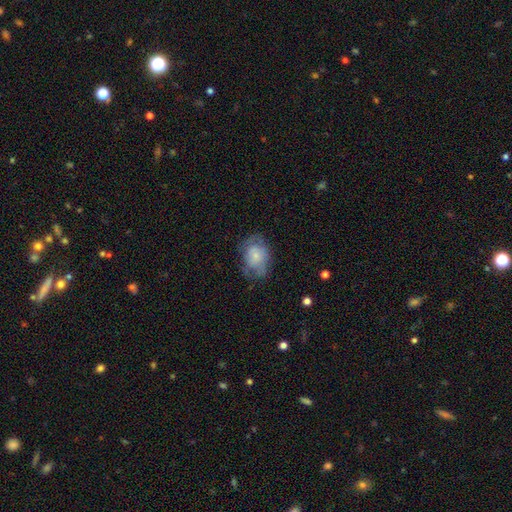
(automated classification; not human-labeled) A smooth galaxy with no disk features (62%) that is in between round and cigar-shaped (68%).

Vote fractions:
- Smooth or featured? smooth: 62% / featured or disk: 30% / star or artifact: 8%
- How rounded? in between: 68% / round: 30% / cigar-shaped: 1%
- Merging? none: 53% / minor disturbance: 28% / major disturbance: 18% / merger: 2%